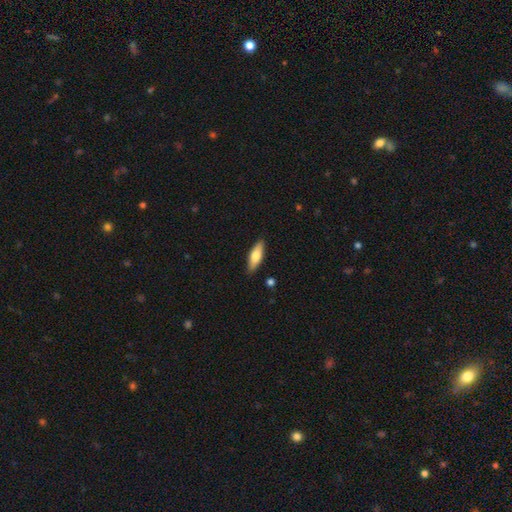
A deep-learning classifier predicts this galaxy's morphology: Smooth or featured: smooth — 67% (featured or disk — 28%)
How rounded: in between — 51% (cigar-shaped — 47%)
Merging: none — 87% (minor disturbance — 10%)